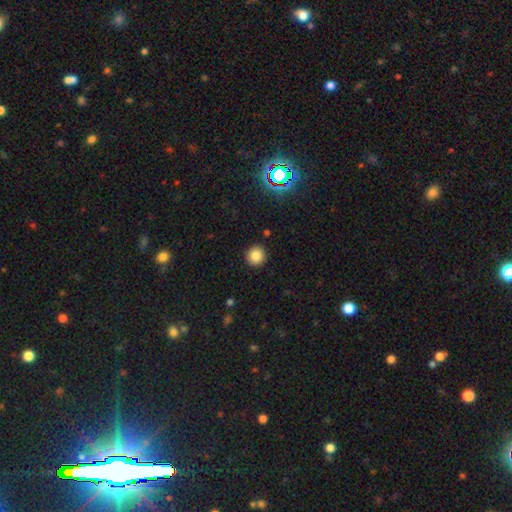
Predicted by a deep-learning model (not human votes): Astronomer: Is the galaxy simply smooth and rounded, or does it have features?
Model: smooth — 83%.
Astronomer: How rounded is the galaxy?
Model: round — 94%.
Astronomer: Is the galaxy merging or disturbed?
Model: none — 91%.